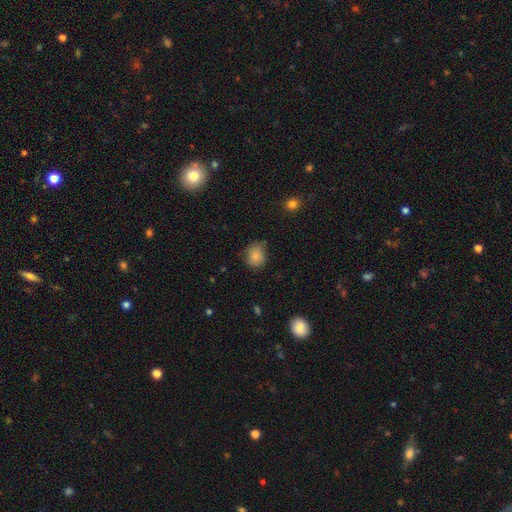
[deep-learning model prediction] A smooth galaxy with no disk features (84%) that is round (67%). Merging: none (67%).